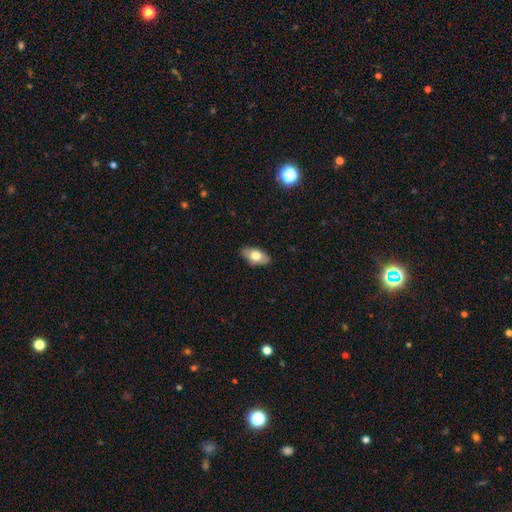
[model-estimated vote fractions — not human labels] Morphology: type=smooth (68%); roundness=in between (92%); merging=none (85%).